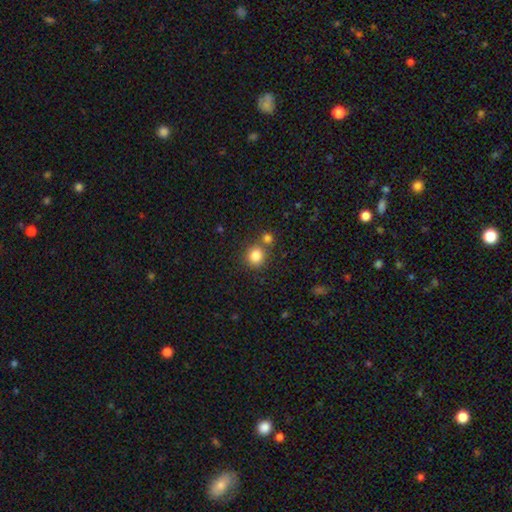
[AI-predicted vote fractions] smooth-or-featured: smooth: 83% | star or artifact: 11% | featured or disk: 6%
  how-rounded: round: 86% | in between: 13% | cigar-shaped: 1%
  merging: none: 67% | merger: 22% | minor disturbance: 8% | major disturbance: 3%